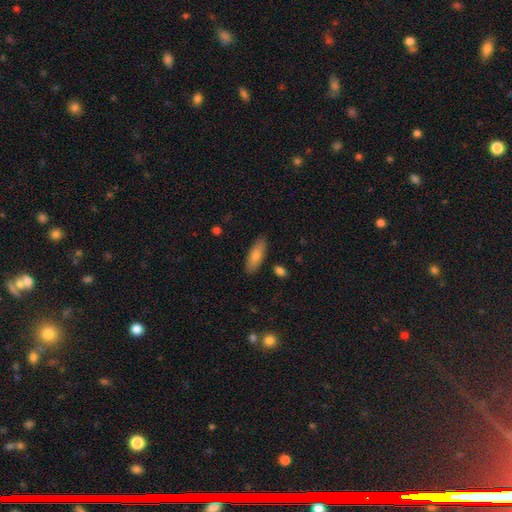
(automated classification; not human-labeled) This is likely a smooth galaxy (79%). How rounded: likely in between (67%). Merging: clearly none (85%).